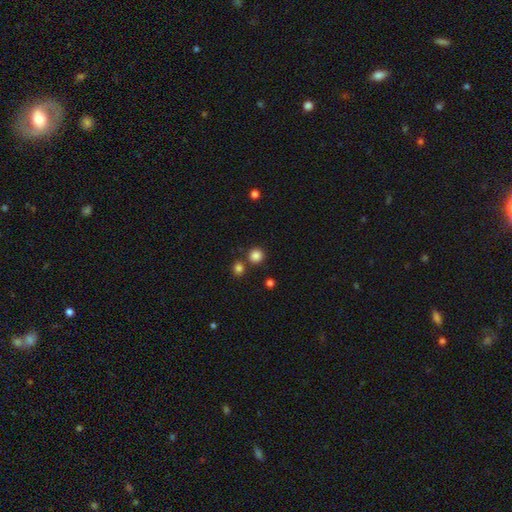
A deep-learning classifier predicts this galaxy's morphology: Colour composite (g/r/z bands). It shows a smooth galaxy with no disk features (84%) that is round (93%). Merging: none (82%).